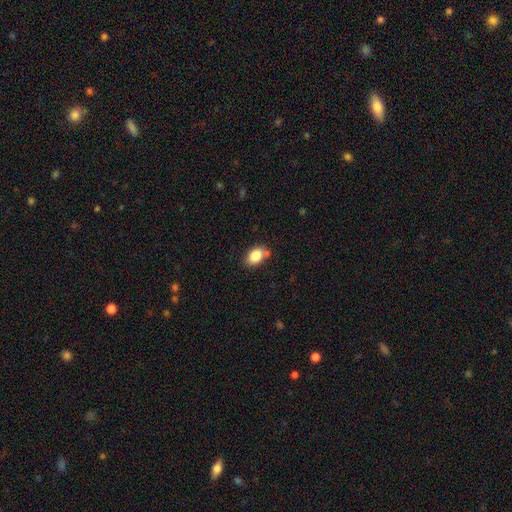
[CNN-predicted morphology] smooth-or-featured: smooth: 85% | star or artifact: 9% | featured or disk: 6%
  how-rounded: in between: 82% | round: 16% | cigar-shaped: 1%
  merging: none: 70% | minor disturbance: 16% | merger: 9% | major disturbance: 4%